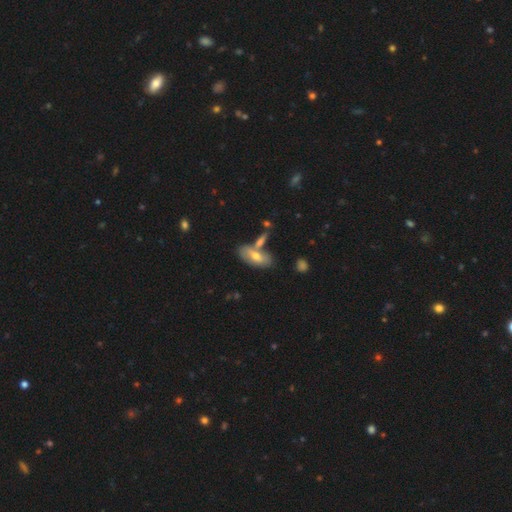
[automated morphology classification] A smooth galaxy with no disk features (64%) that is in between round and cigar-shaped (81%). Merging: none (54%).